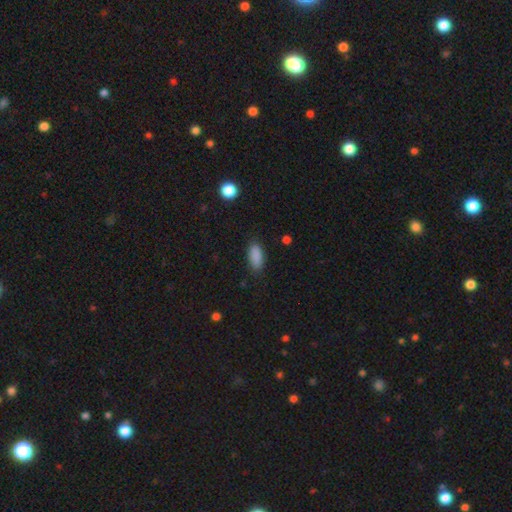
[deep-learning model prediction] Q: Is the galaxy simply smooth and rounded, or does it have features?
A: smooth — 88%.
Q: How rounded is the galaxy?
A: in between — 86%.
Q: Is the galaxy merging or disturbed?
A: none — 83%.